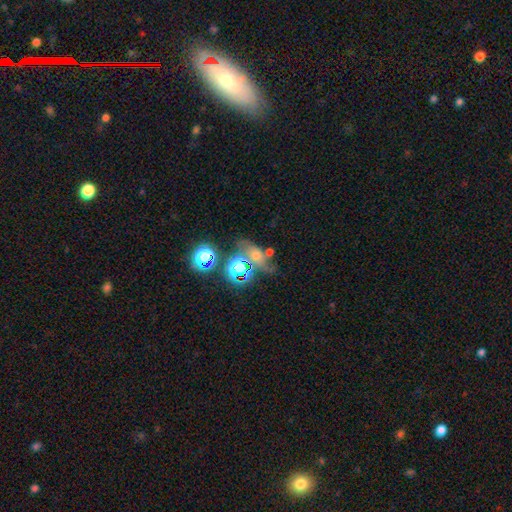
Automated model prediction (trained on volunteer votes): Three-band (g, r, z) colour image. It shows a star or artifact, not a galaxy (38%).